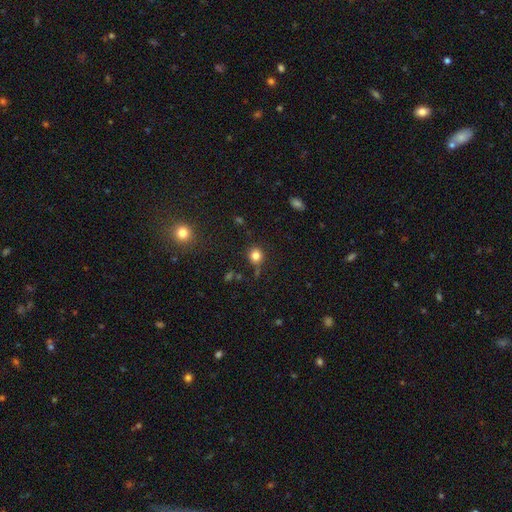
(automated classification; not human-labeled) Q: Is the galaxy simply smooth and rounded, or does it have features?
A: smooth — 81%.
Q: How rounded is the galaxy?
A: round — 86%.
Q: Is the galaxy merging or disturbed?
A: none — 78%.